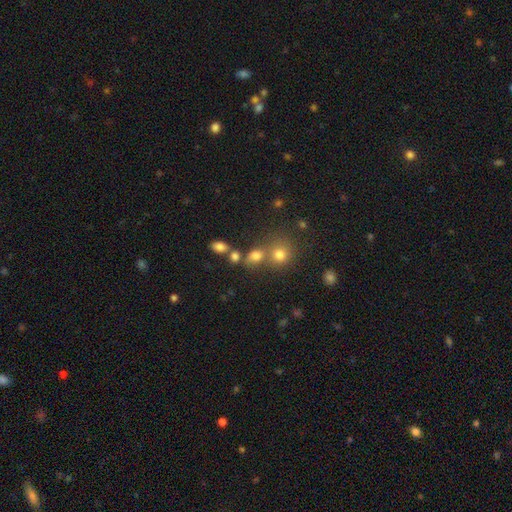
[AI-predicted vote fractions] smooth 73%, star or artifact 16%, featured or disk 10%. Down the decision tree: how rounded — in between (52%); merging — none (47%).